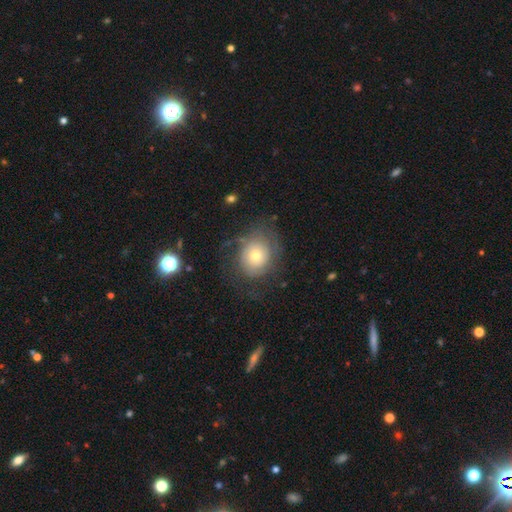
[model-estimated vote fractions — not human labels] Overall: smooth (53%; featured or disk 36%). How rounded: round (65%; in between 34%). Merging: none (61%).